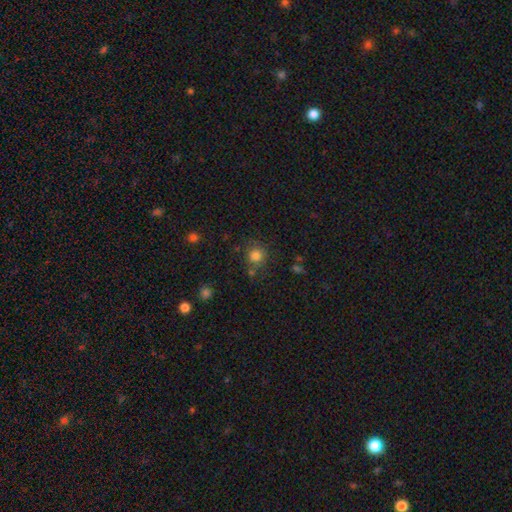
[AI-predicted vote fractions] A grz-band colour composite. It shows a smooth galaxy with no disk features (80%) that is round (88%). Merging: none (73%).